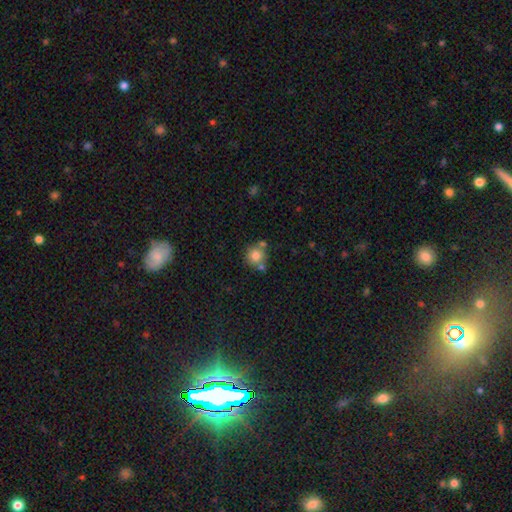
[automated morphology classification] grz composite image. It shows a smooth galaxy with no disk features (78%) that is round (91%). Merging: none (62%).